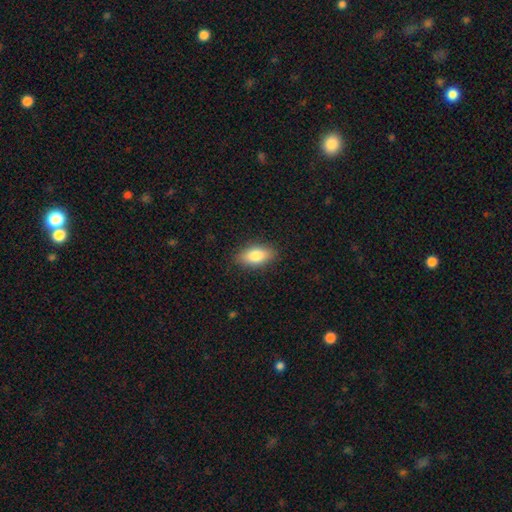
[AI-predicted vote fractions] The model was most divided on "smooth or featured": smooth: 82%, featured or disk: 11%, star or artifact: 7%. More confident: how rounded — in between (89%); merging — none (87%).